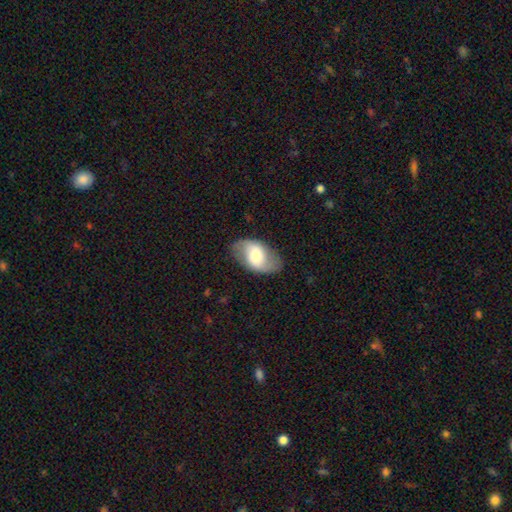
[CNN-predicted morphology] A featured or disk galaxy (48%). Merging: none (76%).